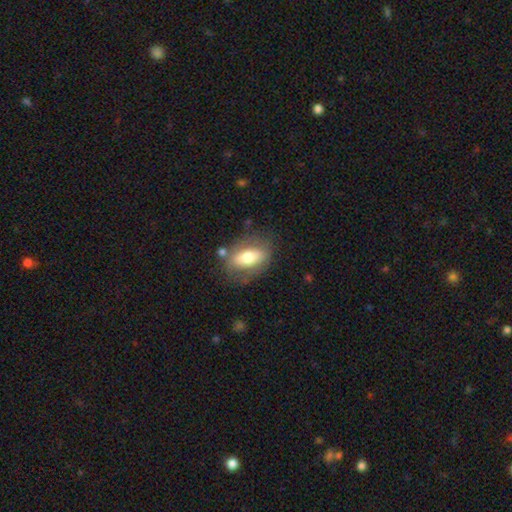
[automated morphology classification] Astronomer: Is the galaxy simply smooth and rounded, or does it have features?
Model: smooth — 52% (runner-up: featured or disk, 37%).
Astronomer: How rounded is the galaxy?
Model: in between — 81%.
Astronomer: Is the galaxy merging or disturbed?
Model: none — 75%.